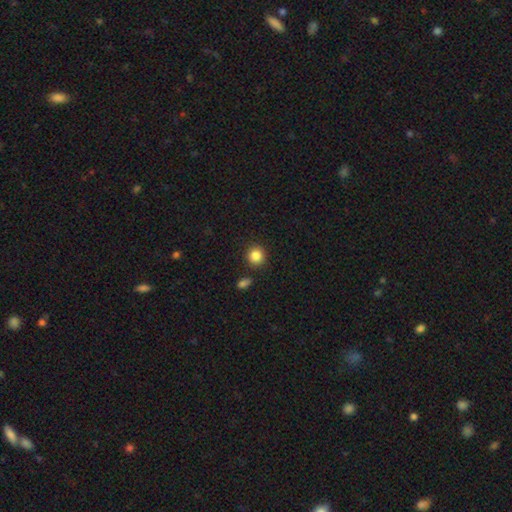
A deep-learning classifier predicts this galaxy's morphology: smooth_or_featured: smooth (p=0.85) [alt: star or artifact p=0.10]
how_rounded: round (p=0.91) [alt: in between p=0.08]
merging: none (p=0.86) [alt: minor disturbance p=0.07]